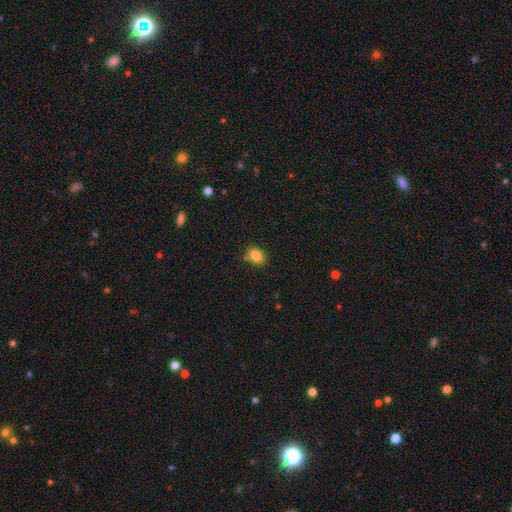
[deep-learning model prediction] This is clearly a smooth galaxy (84%). How rounded: likely in between (71%). Merging: clearly none (81%).